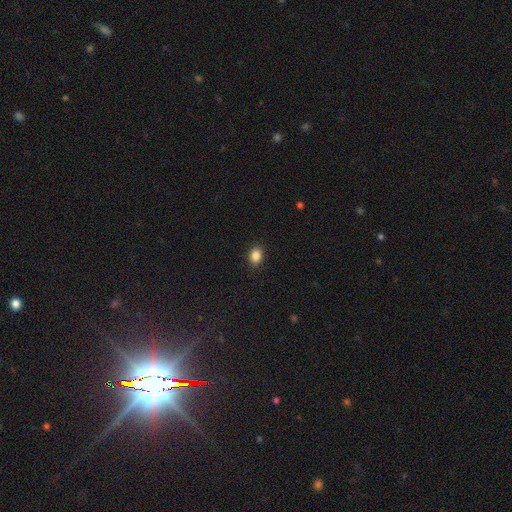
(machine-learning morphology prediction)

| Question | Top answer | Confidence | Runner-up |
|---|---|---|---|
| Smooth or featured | smooth | 86% | star or artifact (10%) |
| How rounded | in between | 64% | round (35%) |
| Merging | none | 90% | minor disturbance (7%) |